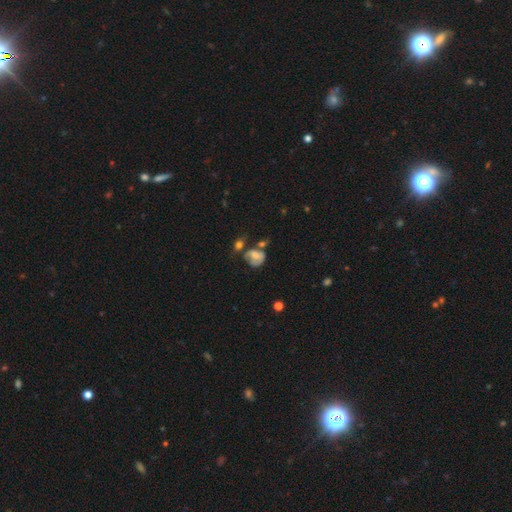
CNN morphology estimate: smooth 56%, featured or disk 35%, star or artifact 10%. Down the decision tree: how rounded — round (54%); merging — none (34%).